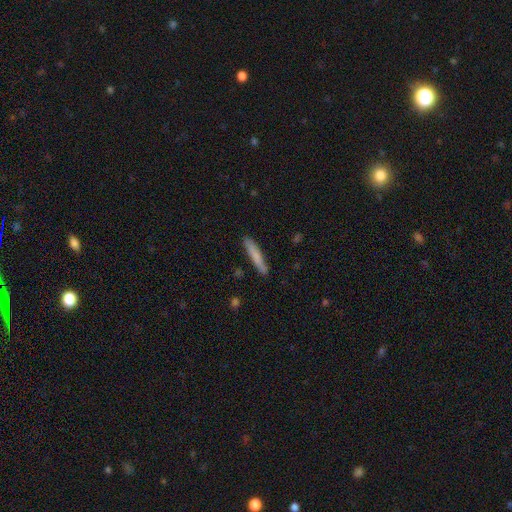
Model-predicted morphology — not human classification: This appears to be a smooth galaxy with no disk features (77%) that is cigar-shaped (93%). Merging: none (85%).